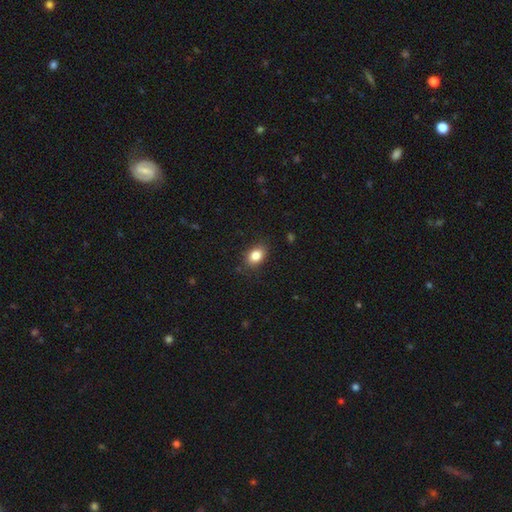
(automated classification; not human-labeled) smooth_or_featured: smooth (p=0.85) [alt: star or artifact p=0.09]
how_rounded: in between (p=0.79) [alt: round p=0.20]
merging: none (p=0.84) [alt: minor disturbance p=0.12]